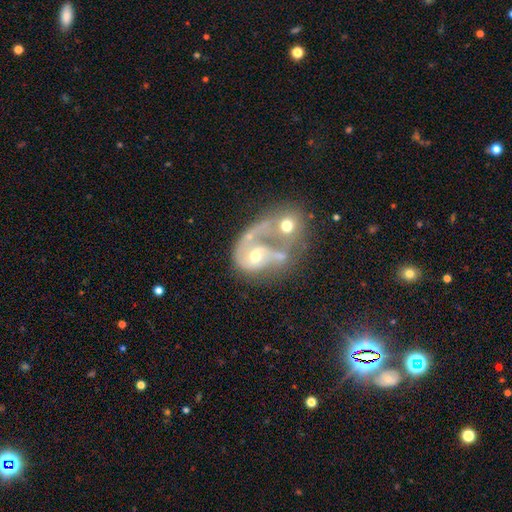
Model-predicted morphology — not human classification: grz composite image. It shows a featured or disk galaxy (70%) with no bar (70%), 1 (55%) loose (44%) spiral arms (73%) and a moderate central bulge (62%). Merging: merger (64%).